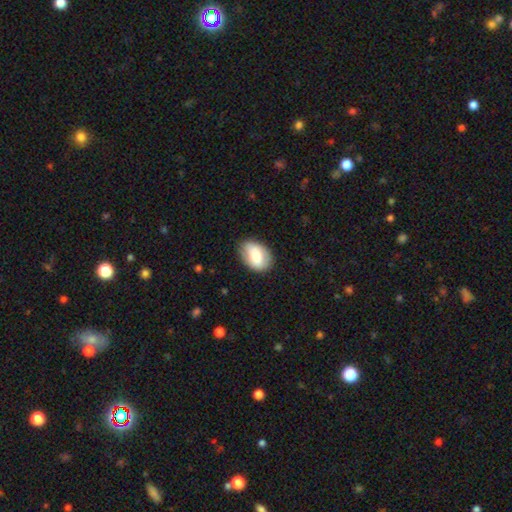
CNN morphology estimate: Smooth or featured? smooth (67%)
How rounded? in between (80%)
Merging? none (83%)